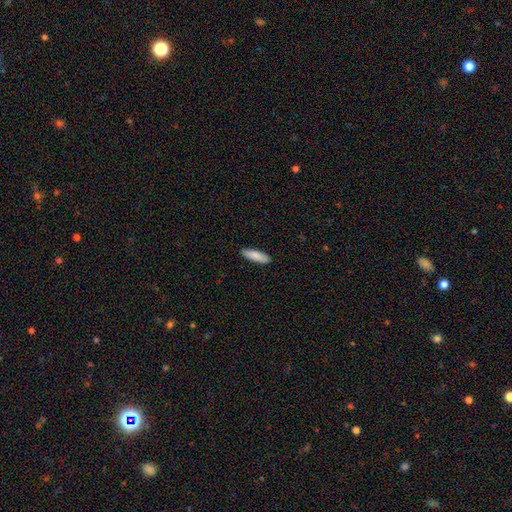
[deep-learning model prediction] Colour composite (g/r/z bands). It shows a smooth galaxy with no disk features (88%) that is cigar-shaped (55%). Merging: none (90%).